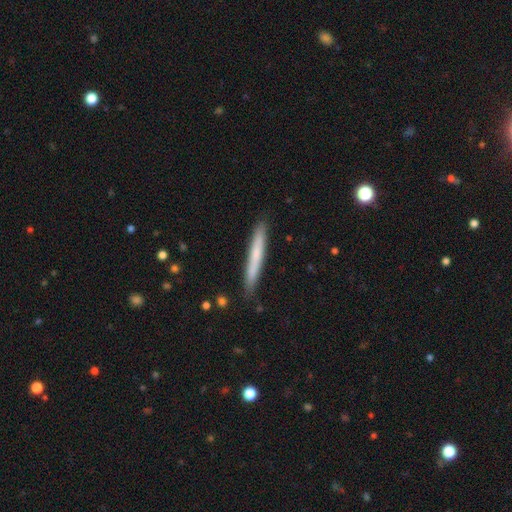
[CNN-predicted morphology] The model was most divided on "smooth or featured": smooth: 66%, featured or disk: 28%, star or artifact: 6%. More confident: how rounded — cigar-shaped (97%); merging — none (89%).